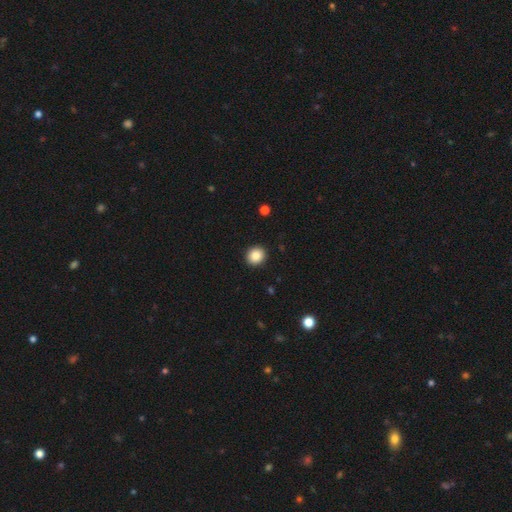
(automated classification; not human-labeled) A smooth galaxy with no disk features (87%) that is round (85%). Merging: none (92%).